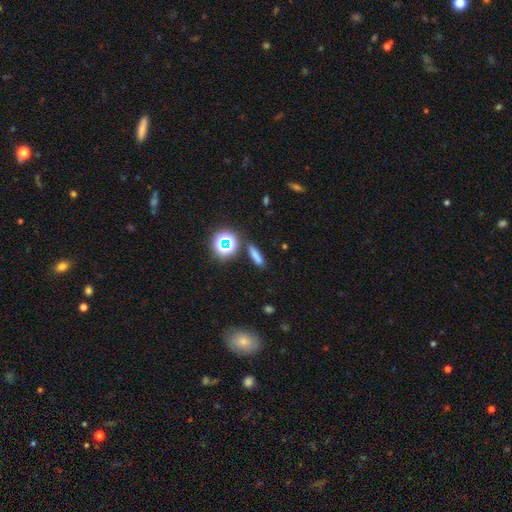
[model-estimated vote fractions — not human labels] This is likely a smooth galaxy (70%). How rounded: likely cigar-shaped (65%). Merging: clearly none (81%).